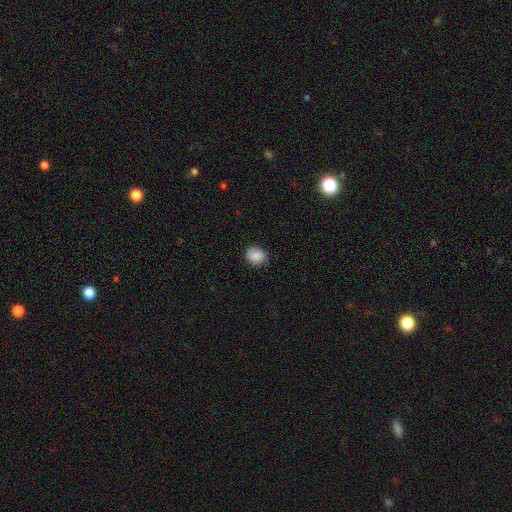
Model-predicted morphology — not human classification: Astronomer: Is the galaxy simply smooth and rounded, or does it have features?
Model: smooth — 87%.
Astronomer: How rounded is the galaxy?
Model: round — 68%.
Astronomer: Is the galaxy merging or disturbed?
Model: none — 80%.